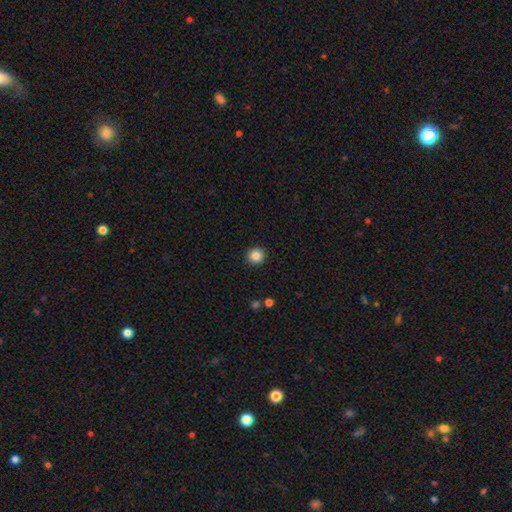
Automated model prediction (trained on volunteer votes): Overall: smooth (85%). How rounded: round (93%). Merging: none (92%).